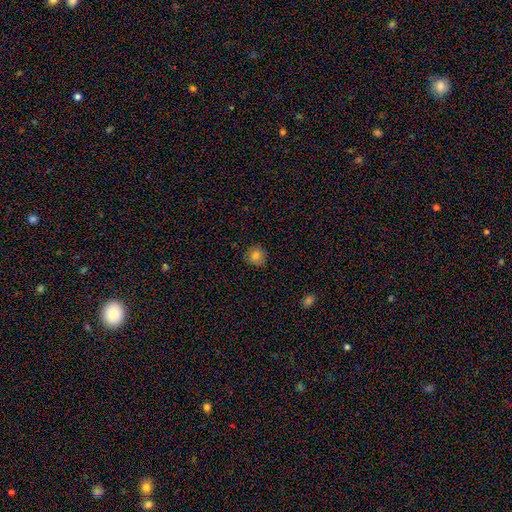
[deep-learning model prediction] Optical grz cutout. It shows a smooth galaxy with no disk features (81%) that is round (91%). Merging: none (87%).